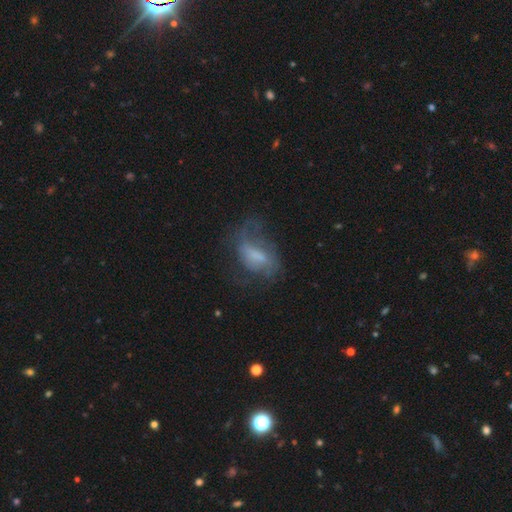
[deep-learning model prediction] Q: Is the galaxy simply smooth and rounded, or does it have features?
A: featured or disk — 58%.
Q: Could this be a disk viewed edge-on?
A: no — 94%.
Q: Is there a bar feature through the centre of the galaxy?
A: weak — 46%.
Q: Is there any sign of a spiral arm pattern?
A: yes — 69%.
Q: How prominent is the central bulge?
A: none — 33%.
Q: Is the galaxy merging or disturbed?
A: none — 42%.